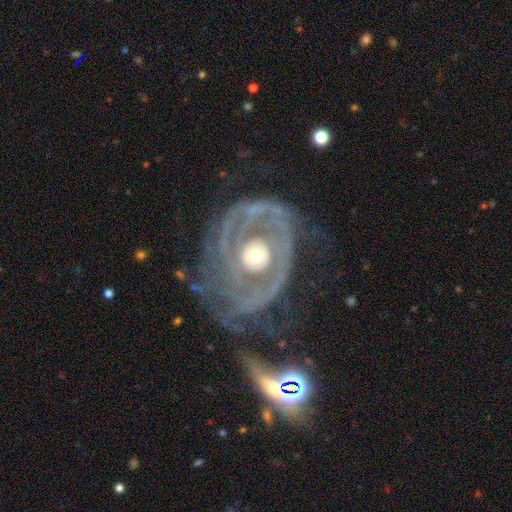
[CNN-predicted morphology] Q: Smooth or featured?
A: featured or disk (87%); runner-up: smooth (8%)
Q: Edge-on disk?
A: no (97%); runner-up: yes (3%)
Q: Bar?
A: no (78%); runner-up: weak (16%)
Q: Spiral arms?
A: yes (86%); runner-up: no (14%)
Q: Spiral winding?
A: tight (55%); runner-up: medium (29%)
Q: Spiral arm count?
A: 2 (34%); runner-up: can't tell (25%)
Q: Bulge size?
A: moderate (66%); runner-up: small (20%)
Q: Merging?
A: none (56%); runner-up: major disturbance (23%)